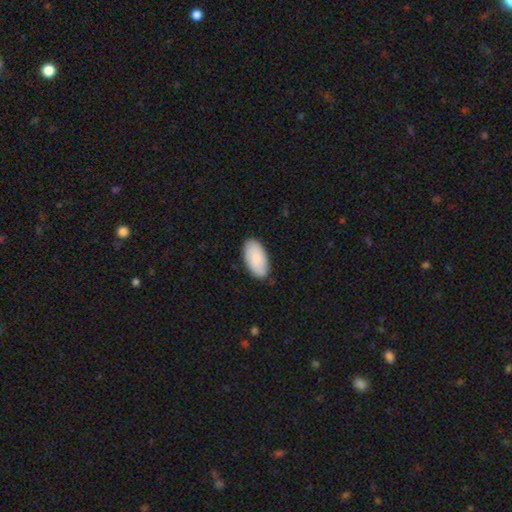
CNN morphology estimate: Smooth or featured: smooth — 83% (featured or disk — 11%)
How rounded: in between — 96% (cigar-shaped — 2%)
Merging: none — 85% (minor disturbance — 12%)